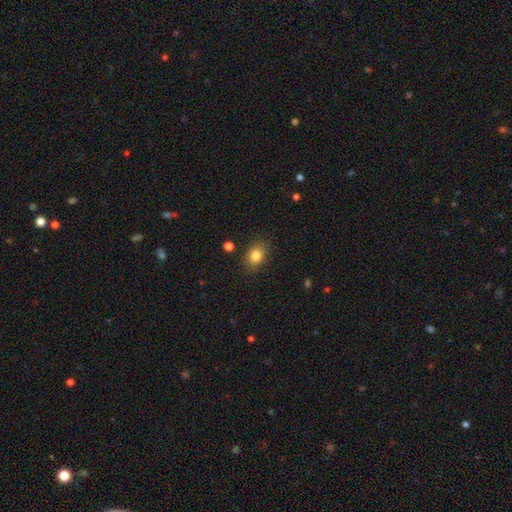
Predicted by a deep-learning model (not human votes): Smooth or featured? smooth (83%)
How rounded? in between (70%)
Merging? none (84%)